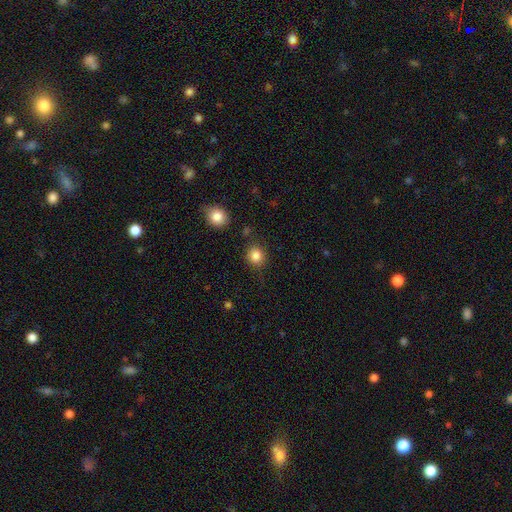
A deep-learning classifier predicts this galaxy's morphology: Overall: smooth (85%). How rounded: round (86%). Merging: none (84%).